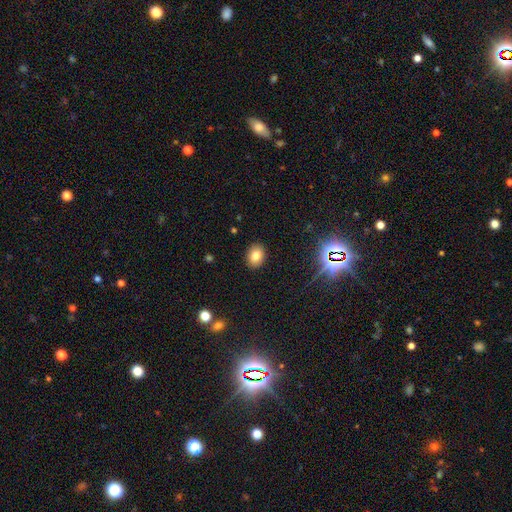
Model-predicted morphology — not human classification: This appears to be a smooth galaxy with no disk features (79%) that is in between round and cigar-shaped (63%). Merging: none (90%).